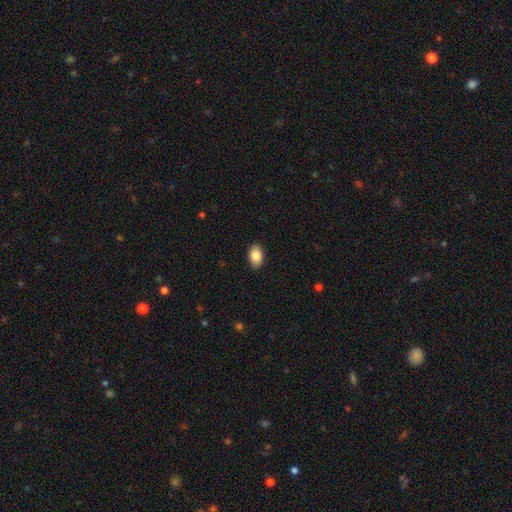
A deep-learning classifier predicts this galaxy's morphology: A smooth galaxy with no disk features (87%) that is in between round and cigar-shaped (88%).

Vote fractions:
- Smooth or featured? smooth: 87% / star or artifact: 7% / featured or disk: 6%
- How rounded? in between: 88% / round: 11% / cigar-shaped: 1%
- Merging? none: 89% / minor disturbance: 8% / major disturbance: 2% / merger: 1%